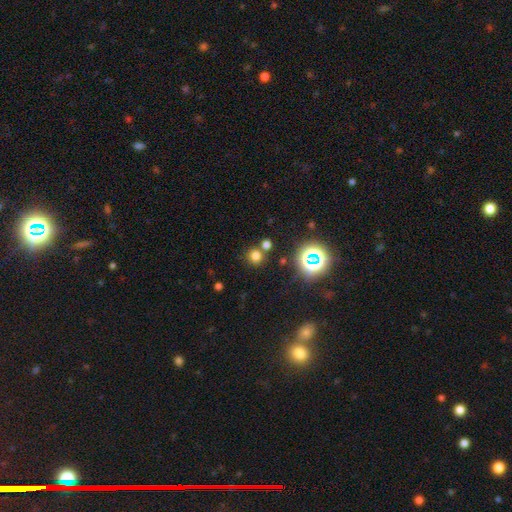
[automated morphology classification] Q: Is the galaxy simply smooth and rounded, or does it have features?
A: smooth — 66%.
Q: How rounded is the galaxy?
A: round — 91%.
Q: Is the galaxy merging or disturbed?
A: none — 72%.